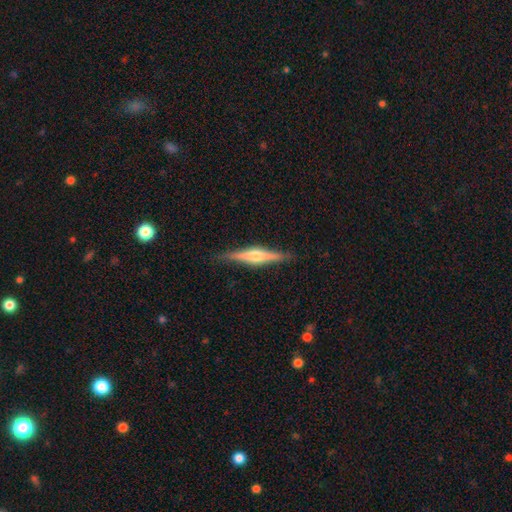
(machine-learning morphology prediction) Overall: featured or disk (71%). Edge-on disk: yes (98%). Edge-on bulge: rounded (87%). Merging: none (89%).